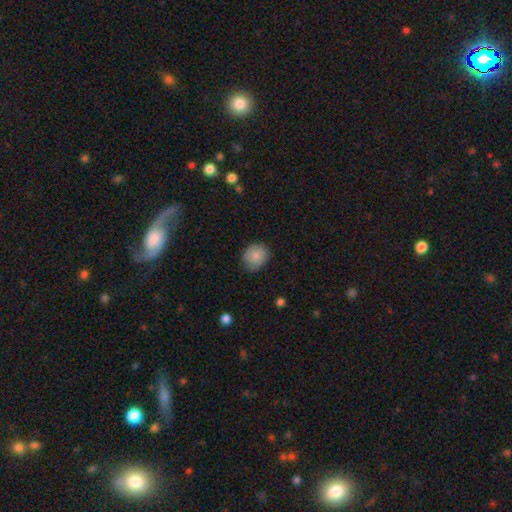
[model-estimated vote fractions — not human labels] Overall: smooth (82%). How rounded: round (65%; in between 34%). Merging: none (75%).